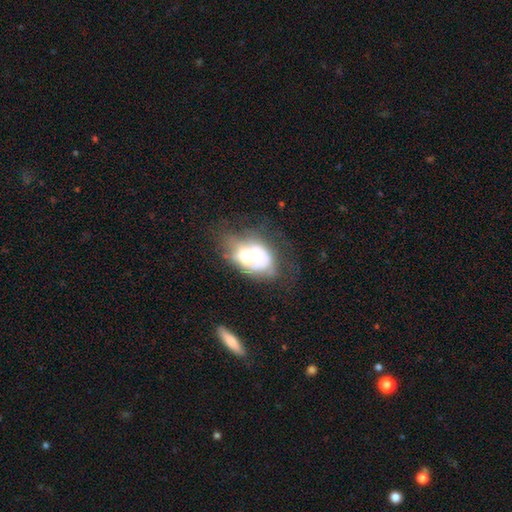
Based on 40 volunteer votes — featured or disk 48%, smooth 45%, star or artifact 8%. Down the decision tree: edge-on disk — no (100%); bar — no (79%); spiral arms — no (74%); bulge size — moderate (53%); merging — merger (54%).